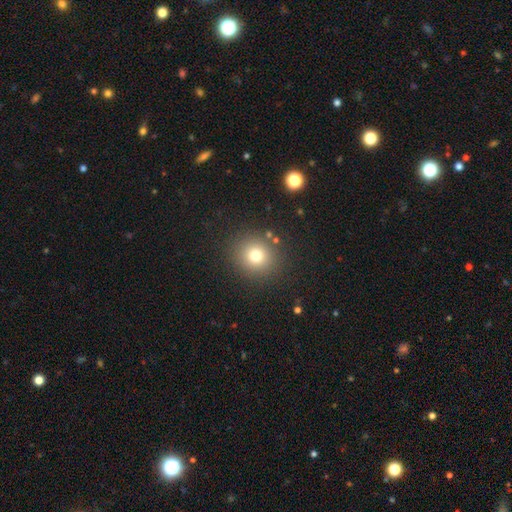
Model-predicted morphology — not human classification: Q: Smooth or featured?
A: smooth (75%); runner-up: star or artifact (16%)
Q: How rounded?
A: round (88%); runner-up: in between (11%)
Q: Merging?
A: none (88%); runner-up: minor disturbance (7%)